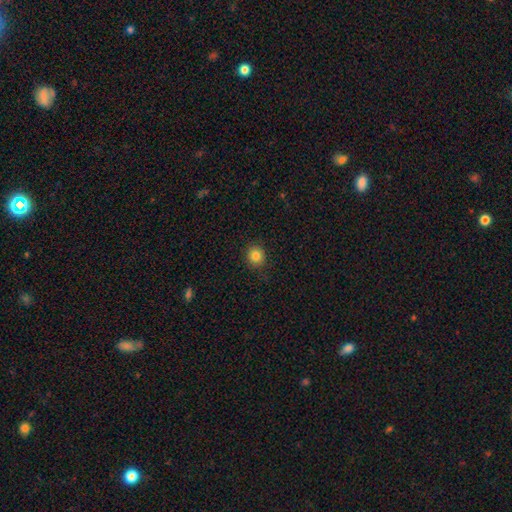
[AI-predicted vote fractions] Smooth or featured?
  - smooth: 83% *
  - star or artifact: 11%
  - featured or disk: 6%
How rounded?
  - round: 87% *
  - in between: 12%
  - cigar-shaped: 1%
Merging?
  - none: 89% *
  - minor disturbance: 8%
  - major disturbance: 2%
  - merger: 1%